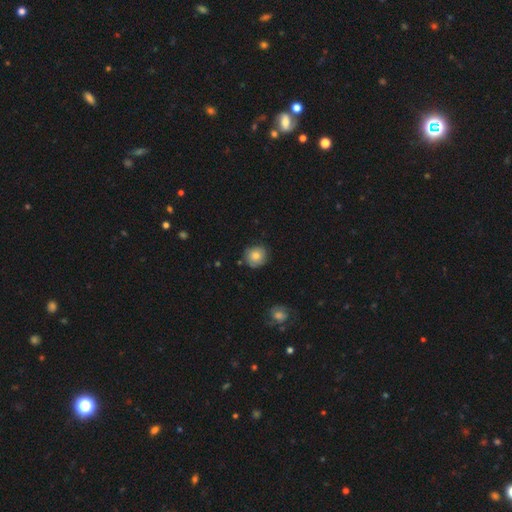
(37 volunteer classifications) Volunteers were most divided on "smooth or featured": smooth: 68%, featured or disk: 30%, star or artifact: 3%. More confident: merging — none (81%); how rounded — round (80%).